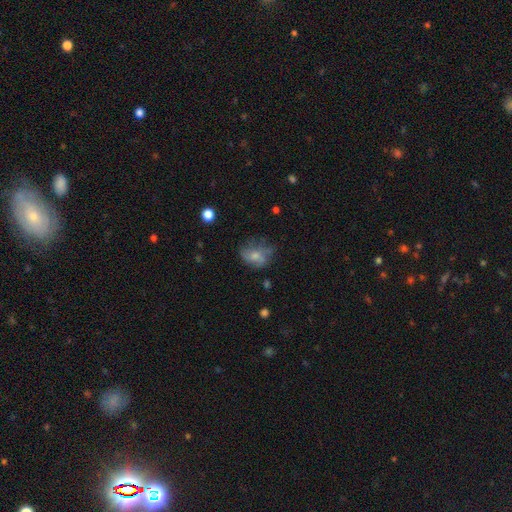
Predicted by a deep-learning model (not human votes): This is possibly a smooth galaxy (59%). How rounded: likely in between (61%). Merging: possibly none (46%).